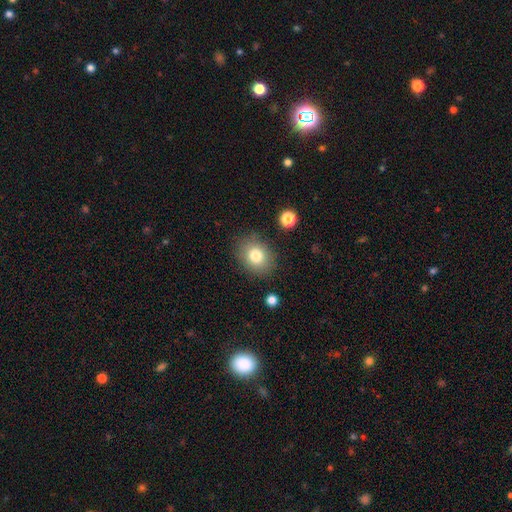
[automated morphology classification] This appears to be a smooth galaxy with no disk features (80%) that is round (53%). Merging: none (83%).